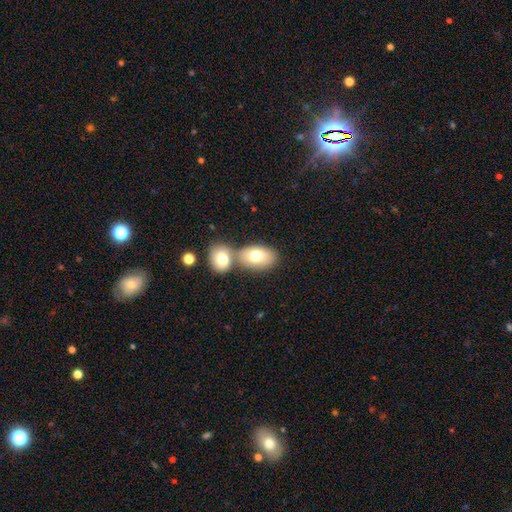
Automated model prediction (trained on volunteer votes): smooth_or_featured: smooth (p=0.74) [alt: featured or disk p=0.18]
how_rounded: in between (p=0.85) [alt: round p=0.14]
merging: merger (p=0.46) [alt: none p=0.41]